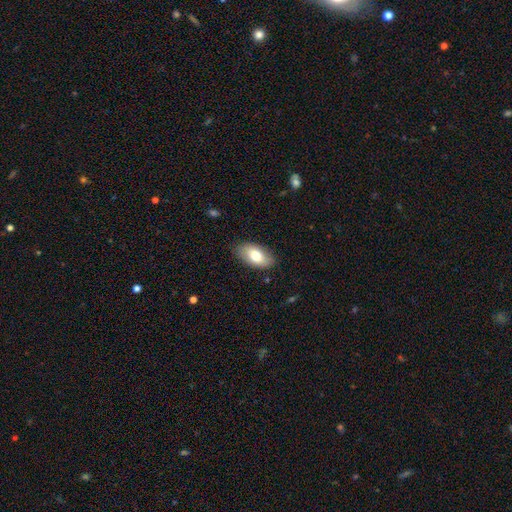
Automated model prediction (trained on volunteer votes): smooth 72%, featured or disk 21%, star or artifact 6%. Down the decision tree: how rounded — in between (94%); merging — none (82%).